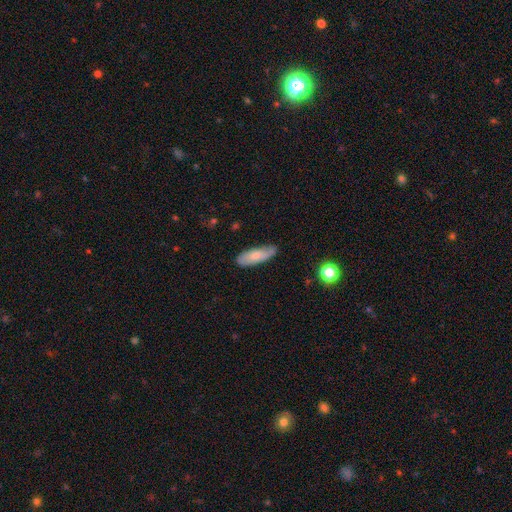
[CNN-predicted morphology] Q: Smooth or featured?
A: smooth (69%); runner-up: featured or disk (24%)
Q: How rounded?
A: in between (63%); runner-up: cigar-shaped (35%)
Q: Merging?
A: none (73%); runner-up: minor disturbance (22%)